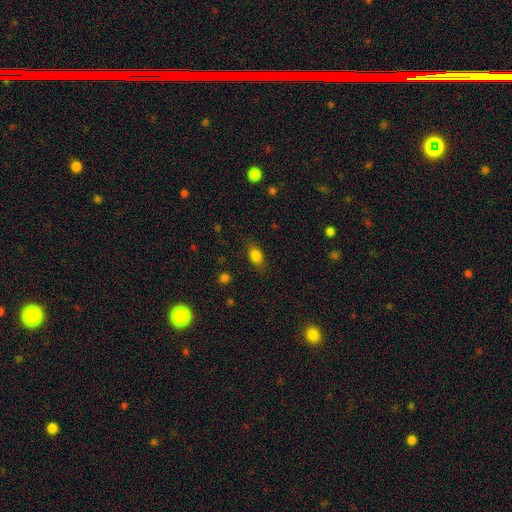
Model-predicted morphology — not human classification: smooth 81%, star or artifact 11%, featured or disk 8%. Down the decision tree: how rounded — in between (79%); merging — none (80%).